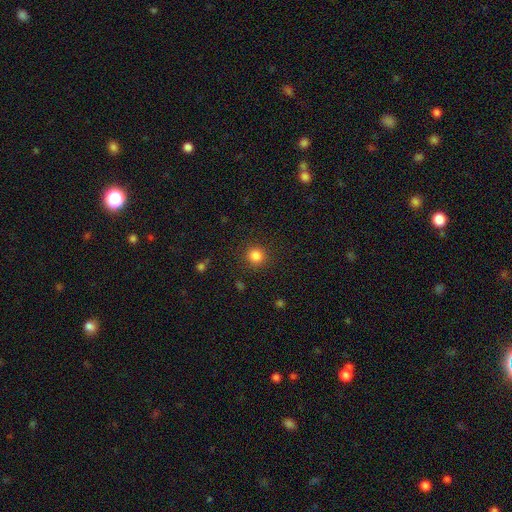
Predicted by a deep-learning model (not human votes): A smooth galaxy with no disk features (84%) that is round (92%). Merging: none (89%).